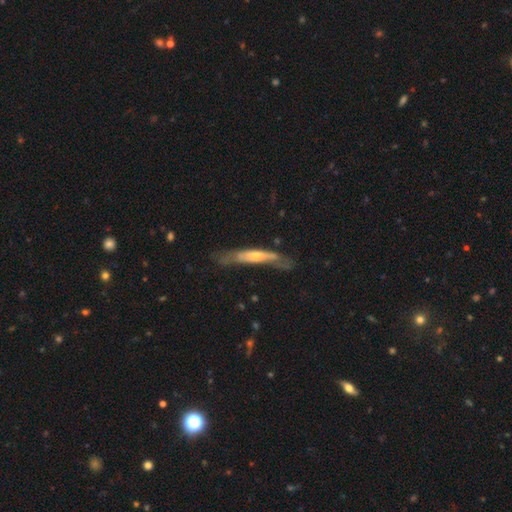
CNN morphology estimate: Smooth or featured?
  - featured or disk: 56% *
  - smooth: 38%
  - star or artifact: 6%
Edge-on disk?
  - yes: 71% *
  - no: 29%
Merging?
  - none: 54% *
  - minor disturbance: 27%
  - major disturbance: 16%
  - merger: 3%